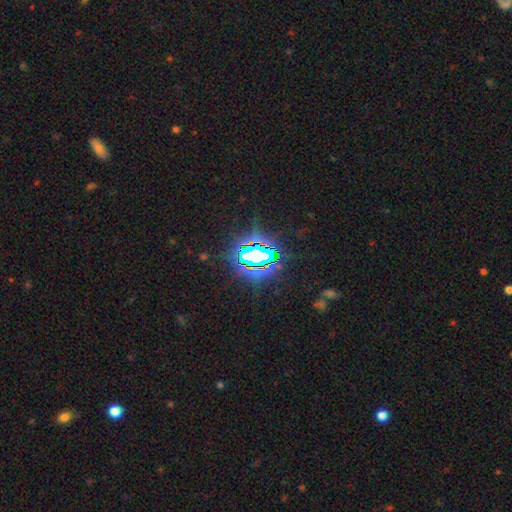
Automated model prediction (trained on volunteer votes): Morphology: type=star or artifact (77%).